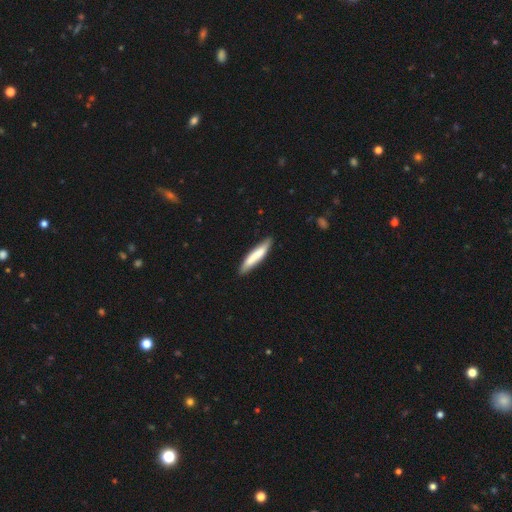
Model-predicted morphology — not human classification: Overall: smooth (73%). How rounded: cigar-shaped (88%). Merging: none (82%).